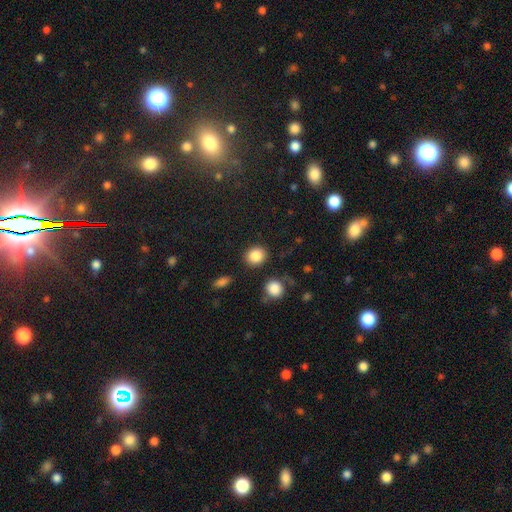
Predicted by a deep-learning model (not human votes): A smooth galaxy with no disk features (86%) that is round (74%). Merging: none (86%).